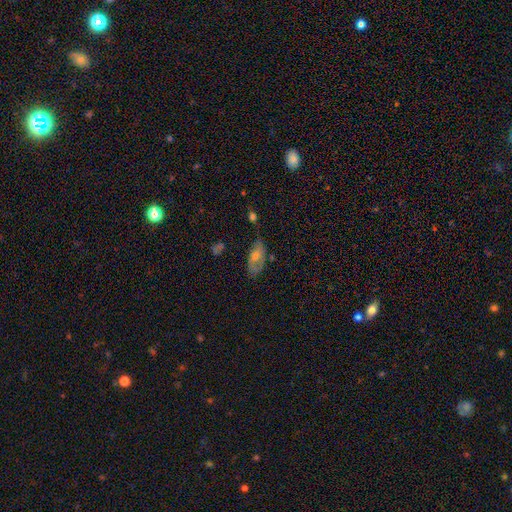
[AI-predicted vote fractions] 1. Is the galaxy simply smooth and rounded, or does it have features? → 54% smooth, 39% featured or disk, 8% star or artifact.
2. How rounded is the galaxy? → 90% in between, 6% cigar-shaped, 5% round.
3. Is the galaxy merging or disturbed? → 50% none, 32% minor disturbance, 12% major disturbance, 6% merger.